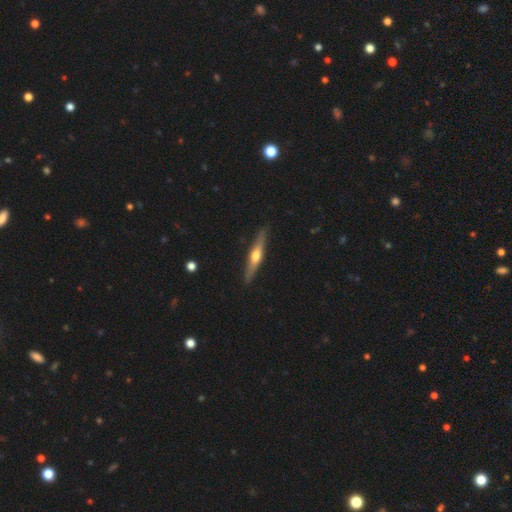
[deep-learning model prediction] Smooth or featured? featured or disk (65%)
Edge-on disk? yes (96%)
Edge-on bulge? rounded (90%)
Merging? none (89%)